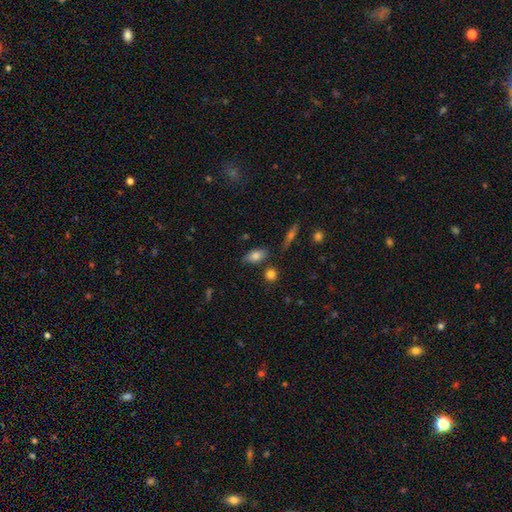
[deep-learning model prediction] This appears to be a smooth galaxy with no disk features (79%) that is in between round and cigar-shaped (86%). Merging: none (75%).